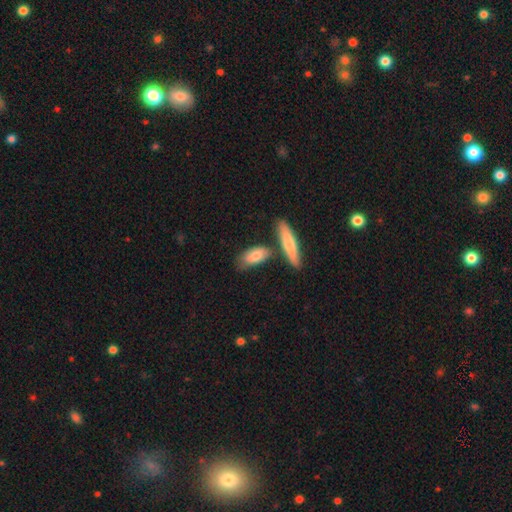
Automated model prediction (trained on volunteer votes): A smooth galaxy with no disk features (74%) that is in between round and cigar-shaped (74%).

Vote fractions:
- Smooth or featured? smooth: 74% / featured or disk: 21% / star or artifact: 5%
- How rounded? in between: 74% / cigar-shaped: 23% / round: 3%
- Merging? none: 62% / merger: 19% / minor disturbance: 16% / major disturbance: 4%